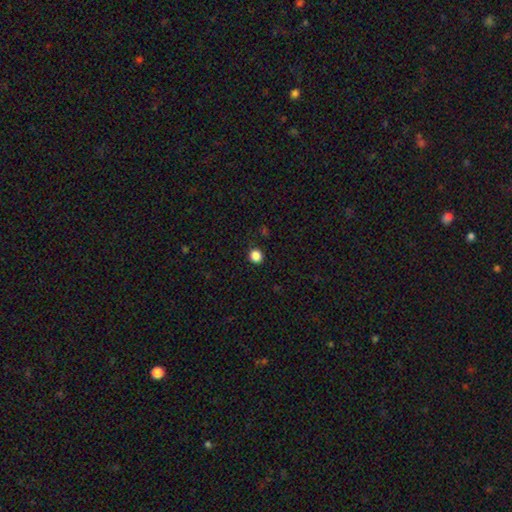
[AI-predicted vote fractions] smooth-or-featured: smooth: 86% | star or artifact: 12% | featured or disk: 3%
  how-rounded: round: 89% | in between: 10% | cigar-shaped: 1%
  merging: none: 91% | minor disturbance: 6% | major disturbance: 2% | merger: 1%